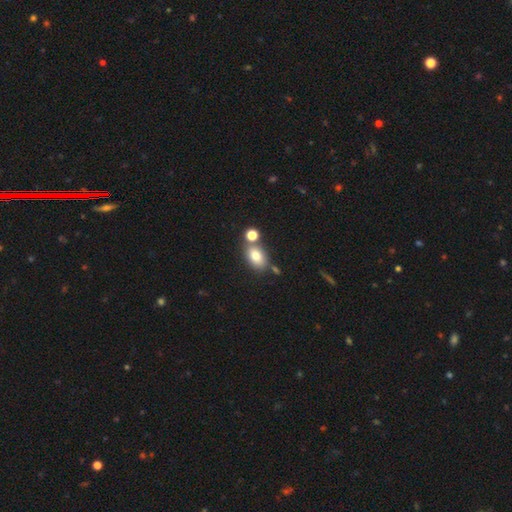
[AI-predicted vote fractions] Smooth or featured? Predicted: smooth (p=0.78). How rounded? Predicted: in between (p=0.81). Merging? Predicted: none (p=0.62).